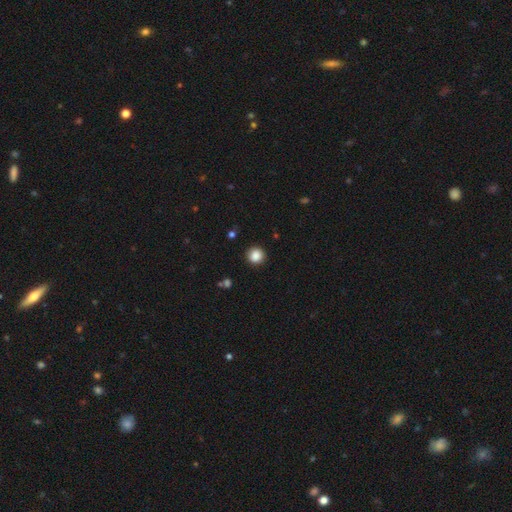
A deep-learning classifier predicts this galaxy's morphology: A smooth galaxy with no disk features (87%) that is round (94%).

Vote fractions:
- Smooth or featured? smooth: 87% / star or artifact: 10% / featured or disk: 3%
- How rounded? round: 94% / in between: 6% / cigar-shaped: 1%
- Merging? none: 91% / minor disturbance: 6% / major disturbance: 2% / merger: 1%